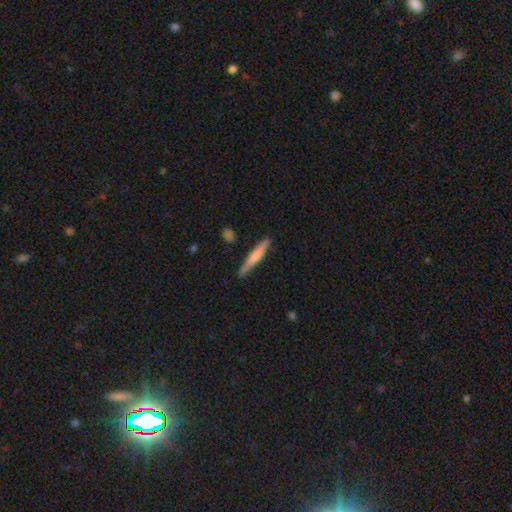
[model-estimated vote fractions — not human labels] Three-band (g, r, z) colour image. It shows a smooth galaxy with no disk features (61%) that is cigar-shaped (93%). Merging: none (86%).